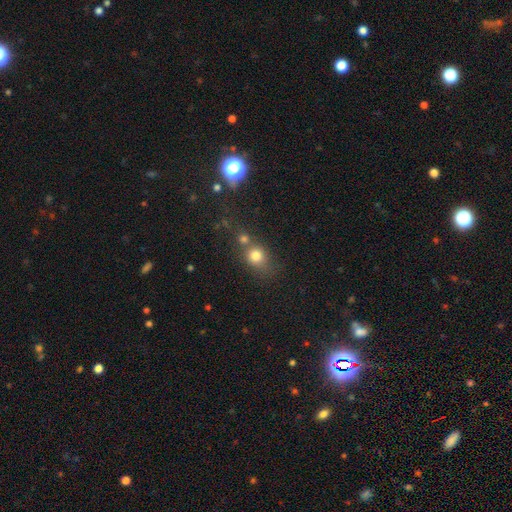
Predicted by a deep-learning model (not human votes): Smooth or featured?
  - smooth: 77% *
  - star or artifact: 14%
  - featured or disk: 9%
How rounded?
  - round: 75% *
  - in between: 23%
  - cigar-shaped: 2%
Merging?
  - none: 45% *
  - merger: 37%
  - minor disturbance: 11%
  - major disturbance: 7%